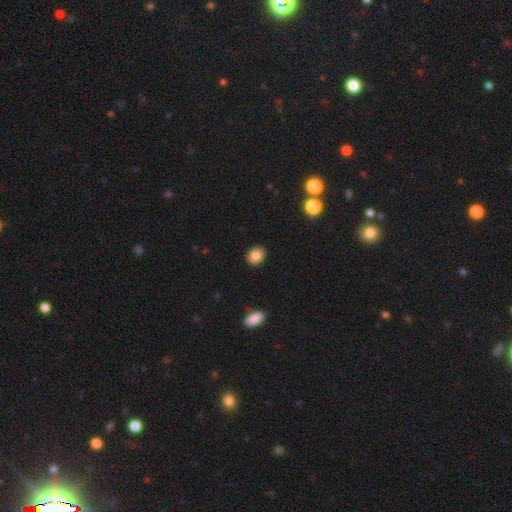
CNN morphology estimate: The model was most divided on "how rounded": round: 61%, in between: 38%, cigar-shaped: 1%. More confident: merging — none (89%); smooth or featured — smooth (84%).